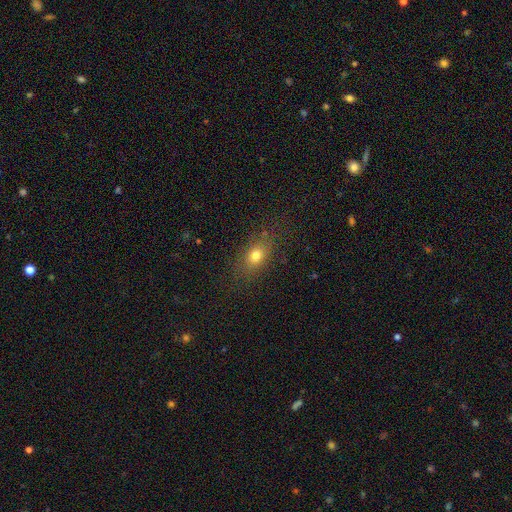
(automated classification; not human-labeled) smooth 75%, star or artifact 14%, featured or disk 12%. Down the decision tree: how rounded — in between (69%); merging — none (80%).